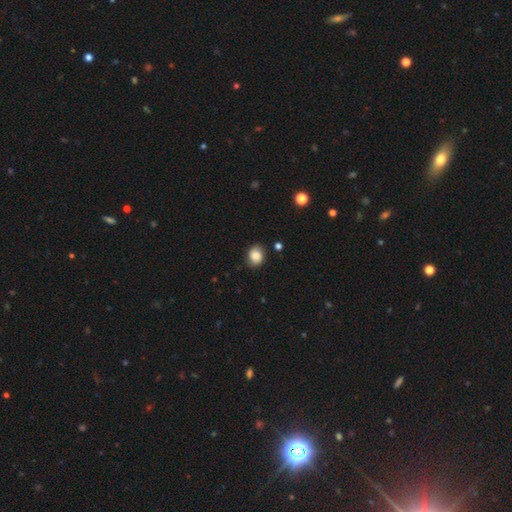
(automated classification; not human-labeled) smooth_or_featured: smooth (p=0.82) [alt: star or artifact p=0.09]
how_rounded: round (p=0.59) [alt: in between p=0.40]
merging: none (p=0.81) [alt: minor disturbance p=0.14]